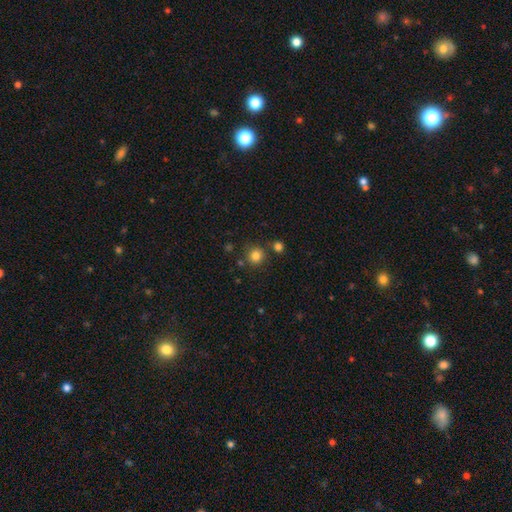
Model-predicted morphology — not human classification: Smooth or featured: smooth — 82% (star or artifact — 13%)
How rounded: round — 92% (in between — 7%)
Merging: none — 81% (merger — 9%)